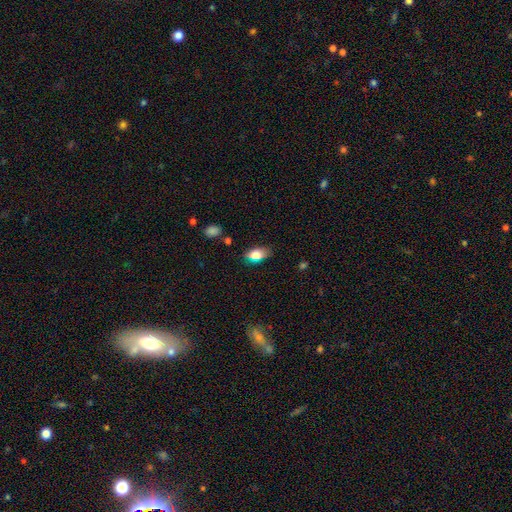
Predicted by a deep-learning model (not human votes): Smooth or featured? smooth (79%)
How rounded? in between (88%)
Merging? none (70%)